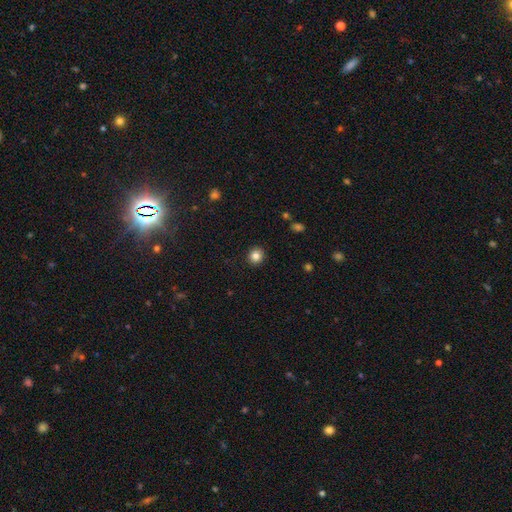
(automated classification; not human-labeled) This appears to be a smooth galaxy with no disk features (84%) that is round (89%). Merging: none (92%).